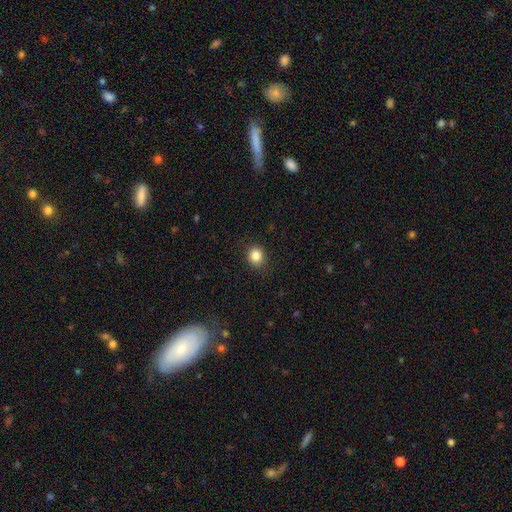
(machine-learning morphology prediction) Smooth or featured? smooth (85%)
How rounded? round (77%)
Merging? none (87%)